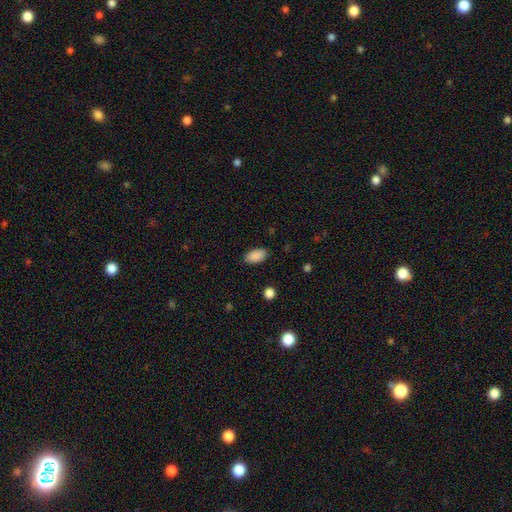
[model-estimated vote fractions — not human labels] A smooth galaxy with no disk features (90%) that is in between round and cigar-shaped (94%). Merging: none (87%).